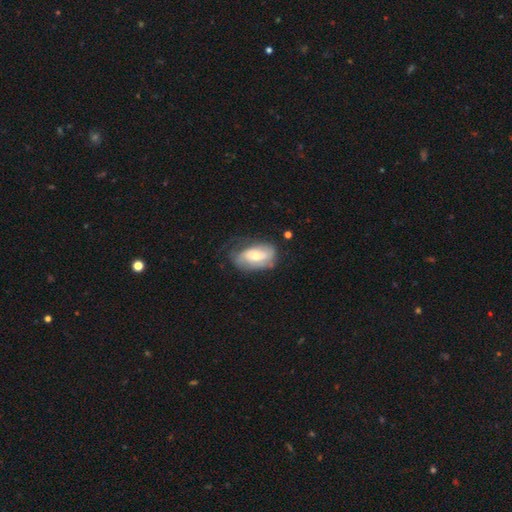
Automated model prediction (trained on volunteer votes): Smooth or featured? featured or disk (47%)
Merging? none (53%)